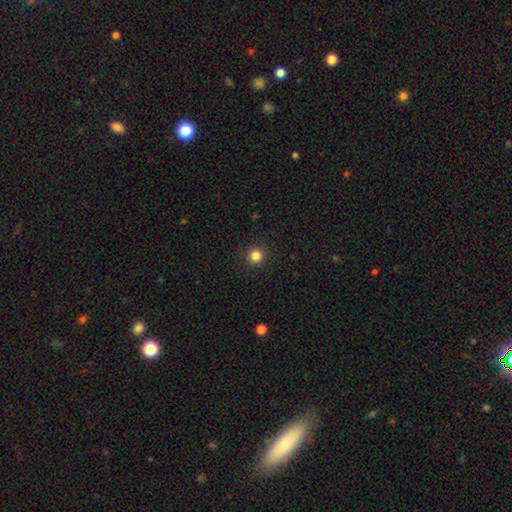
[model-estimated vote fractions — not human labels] Morphology: type=smooth (84%); roundness=round (95%); merging=none (92%).